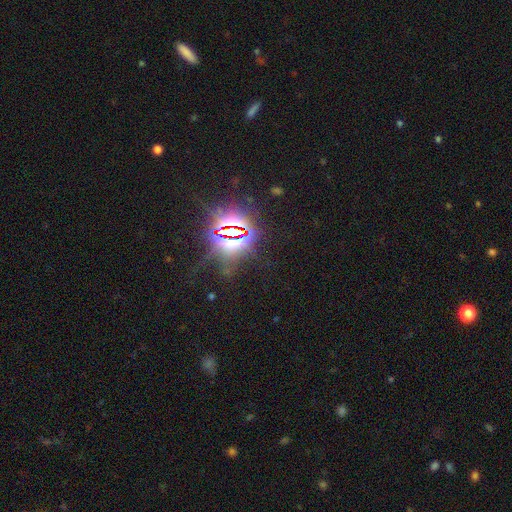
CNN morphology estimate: type=star or artifact (84%).